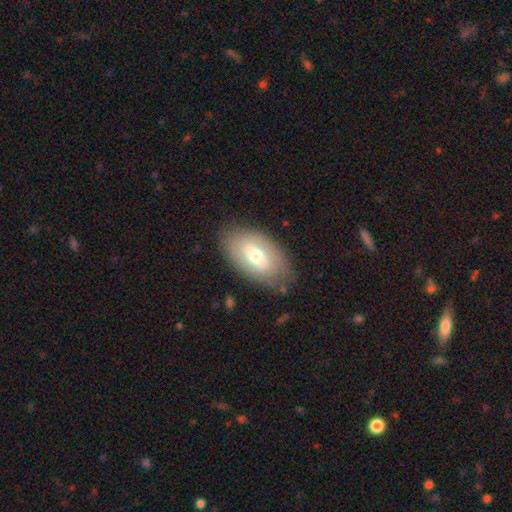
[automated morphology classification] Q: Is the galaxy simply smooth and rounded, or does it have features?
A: smooth — 54%.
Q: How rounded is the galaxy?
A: in between — 93%.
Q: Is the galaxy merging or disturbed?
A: none — 79%.